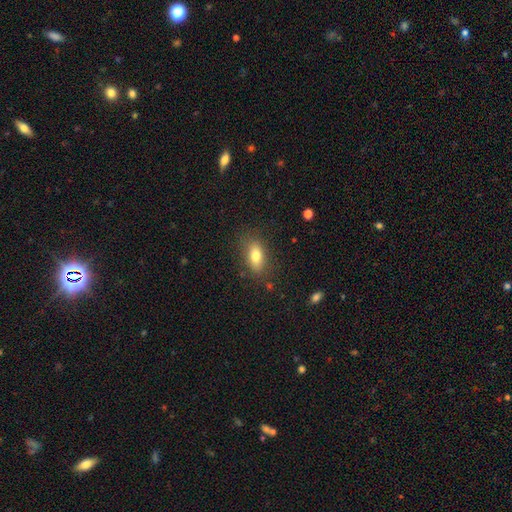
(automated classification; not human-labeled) smooth-or-featured: smooth: 79% | featured or disk: 13% | star or artifact: 8%
  how-rounded: in between: 83% | cigar-shaped: 11% | round: 6%
  merging: none: 79% | minor disturbance: 14% | major disturbance: 5% | merger: 2%